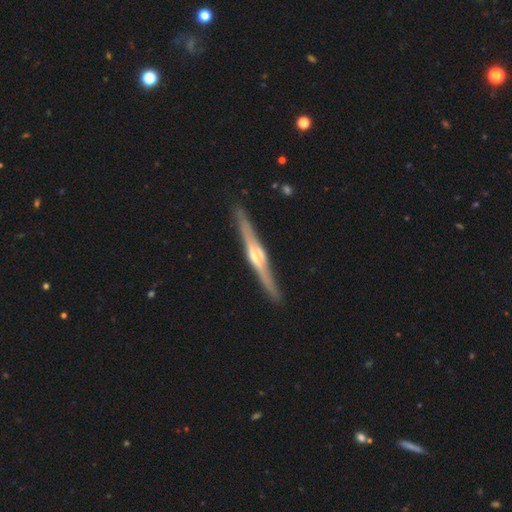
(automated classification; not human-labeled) The model was most divided on "edge-on bulge": rounded: 80%, boxy: 14%, none: 7%. More confident: edge-on disk — yes (98%); merging — none (89%); smooth or featured — featured or disk (81%).